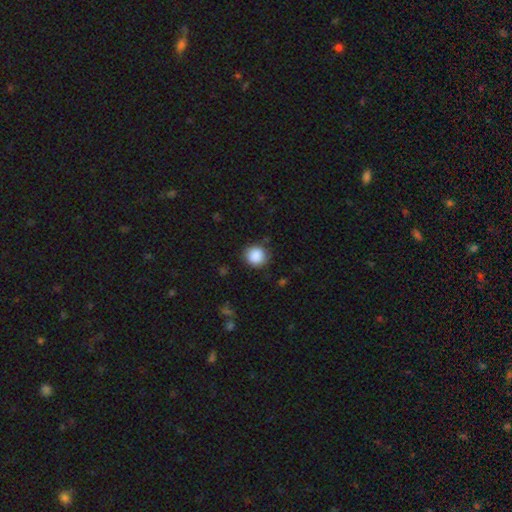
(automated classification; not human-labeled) Smooth or featured: smooth — 88% (star or artifact — 9%)
How rounded: round — 91% (in between — 8%)
Merging: none — 86% (minor disturbance — 10%)